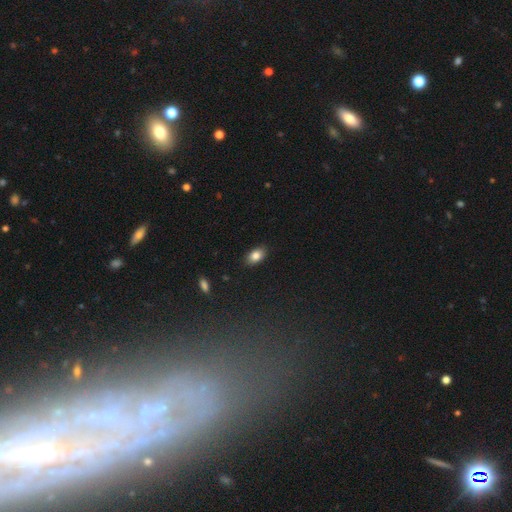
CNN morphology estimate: smooth-or-featured: smooth: 84% | star or artifact: 8% | featured or disk: 7%
  how-rounded: in between: 89% | round: 9% | cigar-shaped: 2%
  merging: none: 88% | minor disturbance: 9% | major disturbance: 2% | merger: 1%